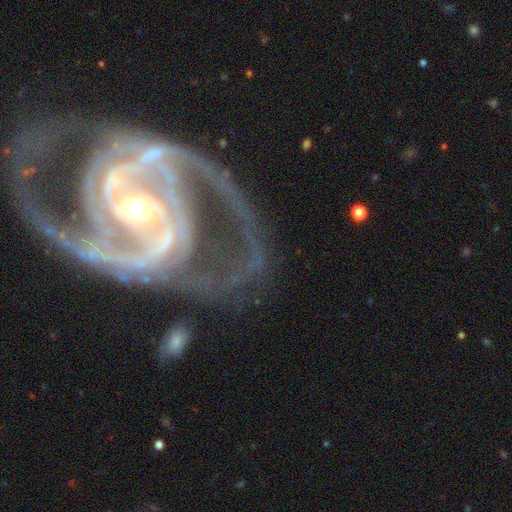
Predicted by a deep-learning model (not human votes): smooth_or_featured: featured or disk (p=0.90) [alt: star or artifact p=0.06]
disk_edge_on: no (p=0.97) [alt: yes p=0.03]
bar: strong (p=0.40) [alt: weak p=0.32]
has_spiral_arms: yes (p=0.95) [alt: no p=0.05]
spiral_winding: medium (p=0.45) [alt: tight p=0.40]
spiral_arm_count: 2 (p=0.50) [alt: 3 p=0.16]
bulge_size: small (p=0.58) [alt: moderate p=0.36]
merging: none (p=0.49) [alt: major disturbance p=0.27]